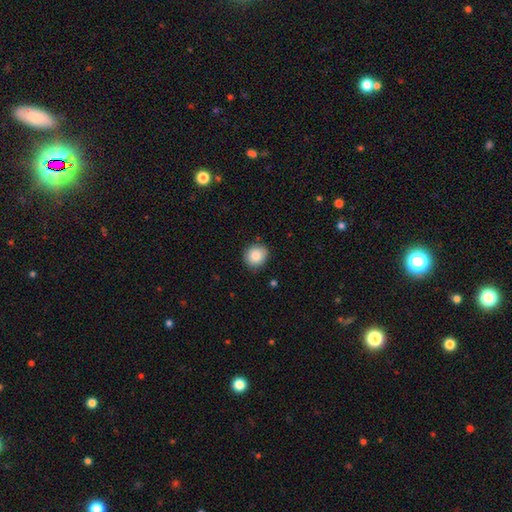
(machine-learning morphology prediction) Smooth or featured?
  - smooth: 86% *
  - star or artifact: 9%
  - featured or disk: 6%
How rounded?
  - round: 84% *
  - in between: 15%
  - cigar-shaped: 1%
Merging?
  - none: 85% *
  - minor disturbance: 12%
  - major disturbance: 2%
  - merger: 1%